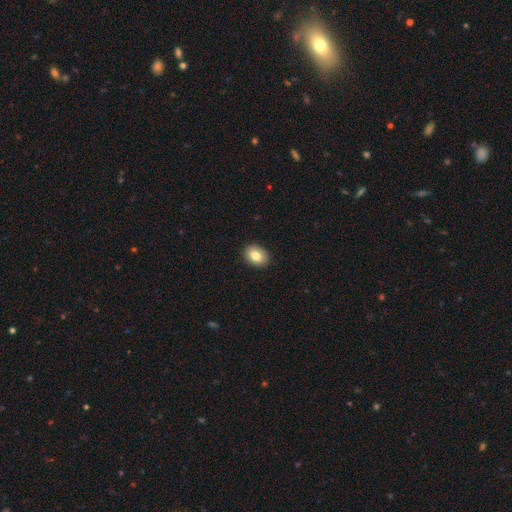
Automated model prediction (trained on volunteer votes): Q: Smooth or featured?
A: smooth (81%); runner-up: featured or disk (11%)
Q: How rounded?
A: in between (69%); runner-up: round (30%)
Q: Merging?
A: none (90%); runner-up: minor disturbance (7%)